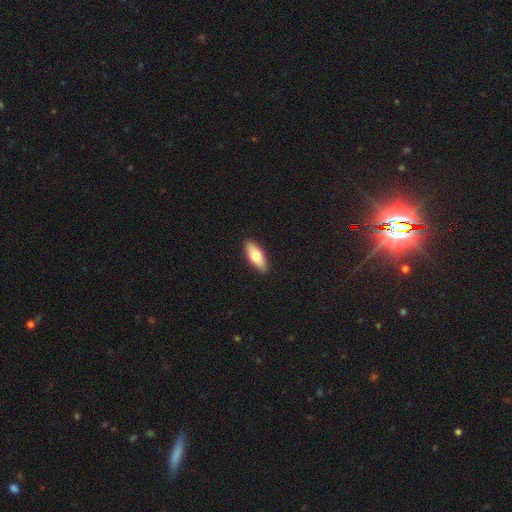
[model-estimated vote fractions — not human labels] This appears to be a smooth galaxy with no disk features (69%) that is in between round and cigar-shaped (72%). Merging: none (91%).